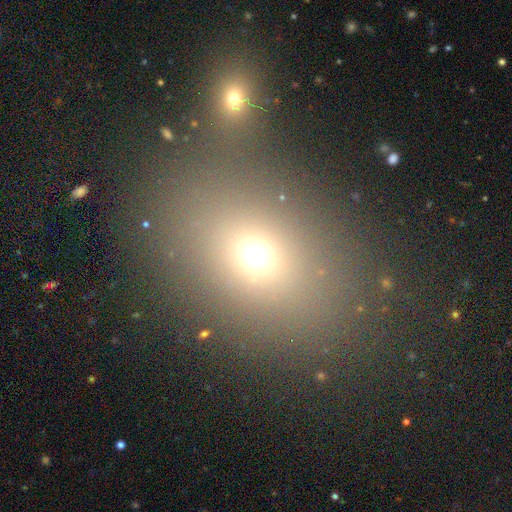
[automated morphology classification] type=smooth (66%); roundness=in between (57%); merging=none (75%).